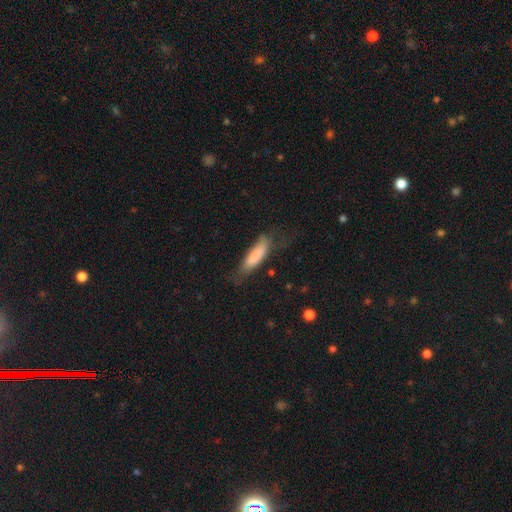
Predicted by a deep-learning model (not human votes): Smooth or featured?
  - smooth: 78% *
  - featured or disk: 15%
  - star or artifact: 7%
How rounded?
  - cigar-shaped: 59% *
  - in between: 39%
  - round: 2%
Merging?
  - none: 49% *
  - minor disturbance: 30%
  - major disturbance: 18%
  - merger: 2%